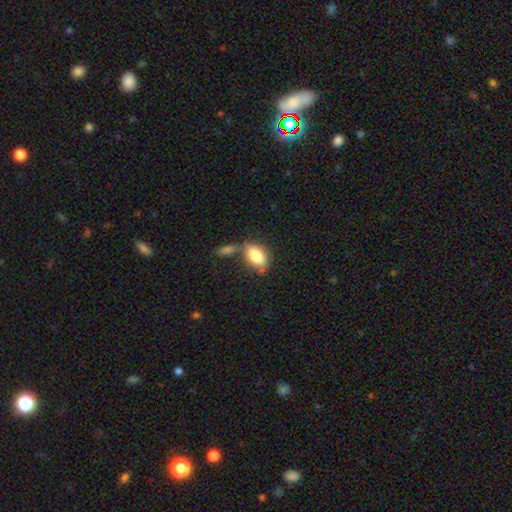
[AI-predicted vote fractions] Smooth or featured? smooth (81%)
How rounded? in between (88%)
Merging? none (49%)